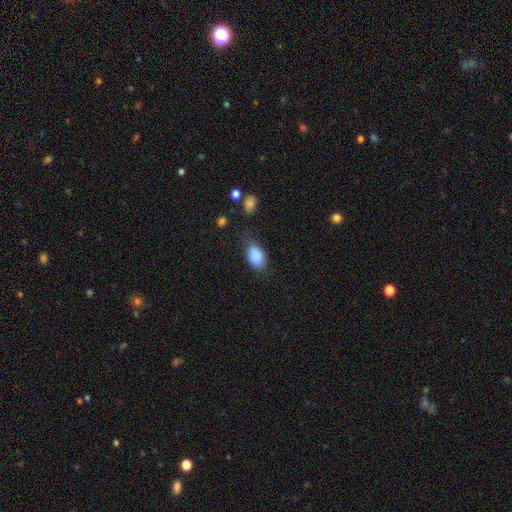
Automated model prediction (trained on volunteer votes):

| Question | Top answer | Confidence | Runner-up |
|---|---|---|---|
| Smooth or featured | smooth | 87% | star or artifact (8%) |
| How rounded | in between | 88% | round (10%) |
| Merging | none | 60% | minor disturbance (28%) |